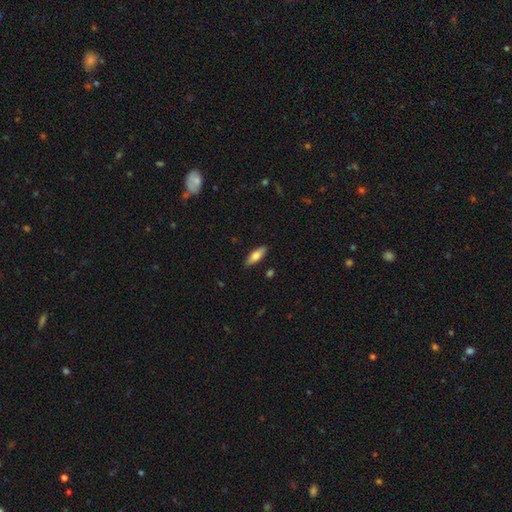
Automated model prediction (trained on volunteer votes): Smooth or featured?
  - smooth: 72% *
  - featured or disk: 22%
  - star or artifact: 6%
How rounded?
  - in between: 62% *
  - cigar-shaped: 36%
  - round: 2%
Merging?
  - none: 86% *
  - minor disturbance: 10%
  - major disturbance: 2%
  - merger: 1%